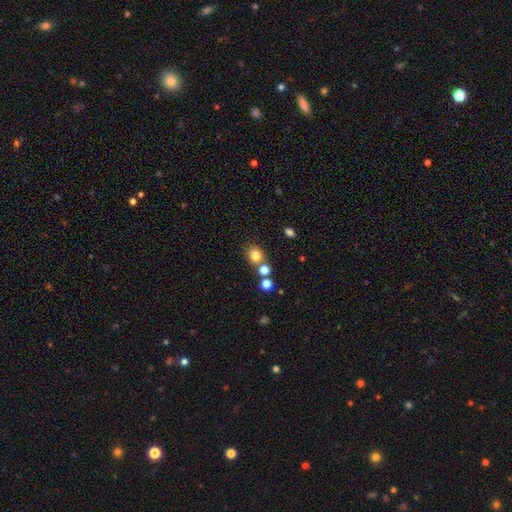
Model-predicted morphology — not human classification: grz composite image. It shows a smooth galaxy with no disk features (79%) that is round (74%). Merging: none (69%).